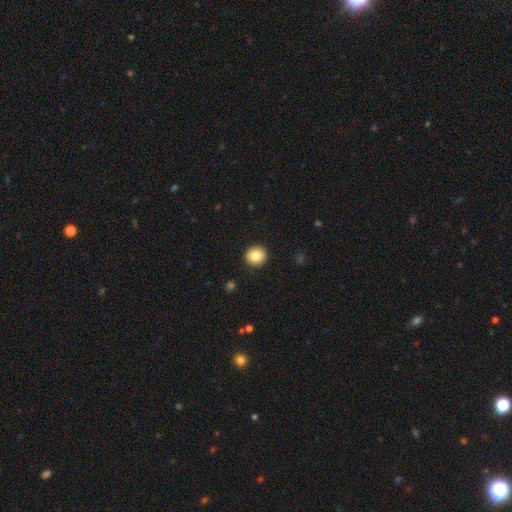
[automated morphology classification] Smooth or featured: smooth — 82% (star or artifact — 9%)
How rounded: round — 93% (in between — 6%)
Merging: none — 93% (minor disturbance — 5%)